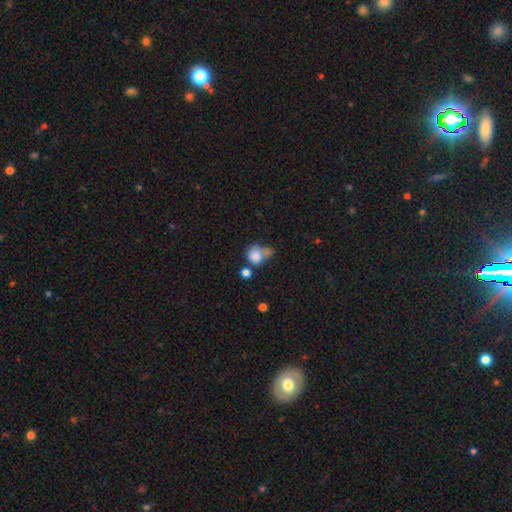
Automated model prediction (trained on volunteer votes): Morphology: type=smooth (79%); roundness=round (66%); merging=merger (34%).